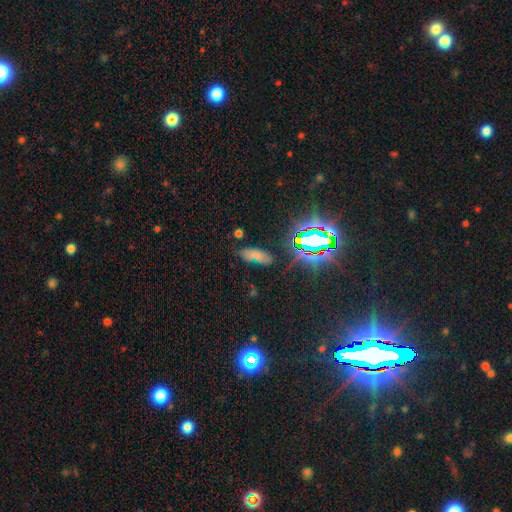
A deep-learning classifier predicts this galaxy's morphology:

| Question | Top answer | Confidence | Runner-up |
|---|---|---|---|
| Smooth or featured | smooth | 62% | star or artifact (25%) |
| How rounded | in between | 78% | cigar-shaped (19%) |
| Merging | none | 69% | minor disturbance (18%) |